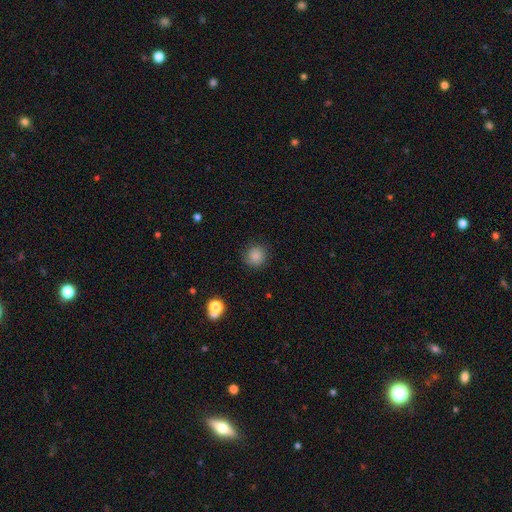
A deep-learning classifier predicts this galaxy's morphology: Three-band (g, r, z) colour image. It shows a smooth galaxy with no disk features (86%) that is round (92%). Merging: none (87%).